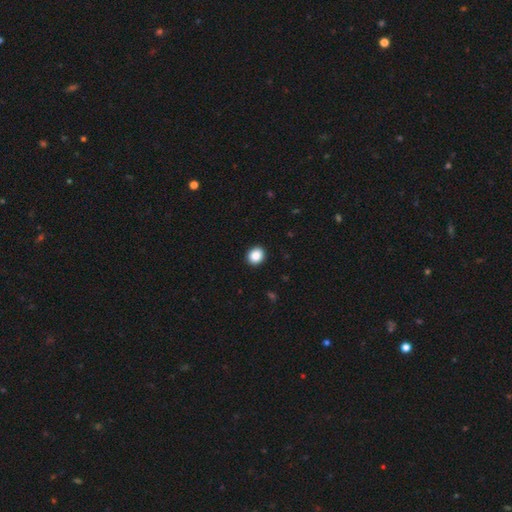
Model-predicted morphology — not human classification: Smooth or featured: smooth — 88% (star or artifact — 9%)
How rounded: round — 75% (in between — 24%)
Merging: none — 92% (minor disturbance — 5%)